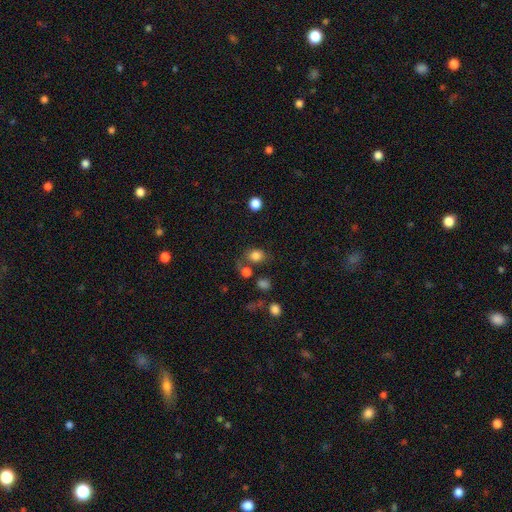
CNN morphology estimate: This is clearly a smooth galaxy (81%). How rounded: possibly round (54%). Merging: possibly none (59%).